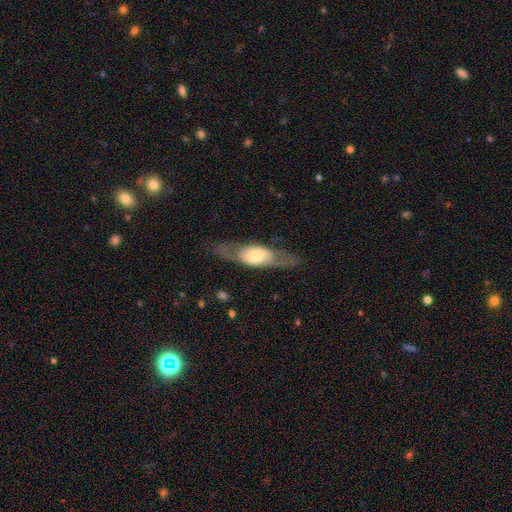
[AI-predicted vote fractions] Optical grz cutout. It shows a featured or disk galaxy (55%) with not edge-on (50%, tied with yes). Merging: none (73%).